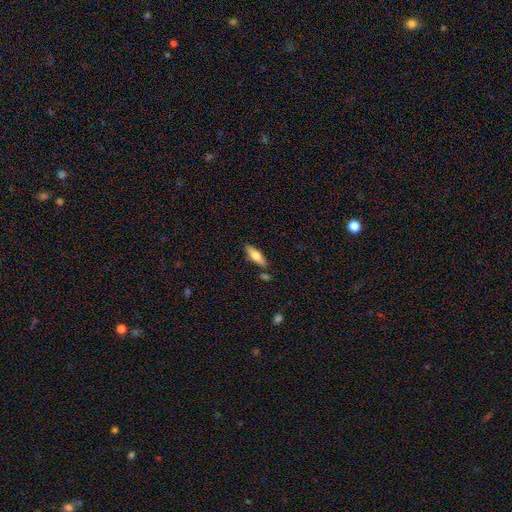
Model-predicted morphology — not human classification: Overall: smooth (63%; featured or disk 31%). How rounded: cigar-shaped (51%; in between 46%). Merging: none (79%).